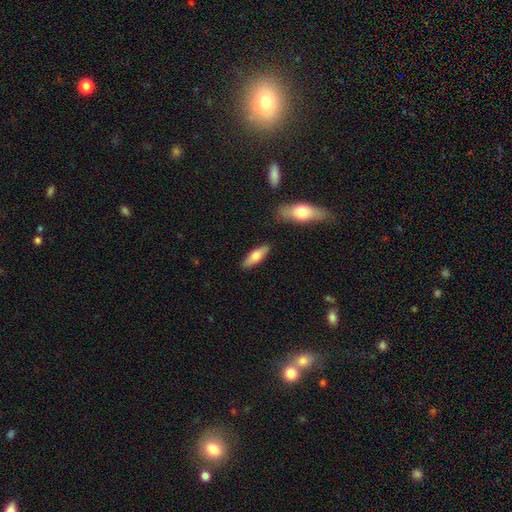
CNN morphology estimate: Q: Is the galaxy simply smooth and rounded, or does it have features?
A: smooth — 66%.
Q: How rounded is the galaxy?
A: in between — 50%.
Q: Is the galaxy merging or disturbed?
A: none — 85%.